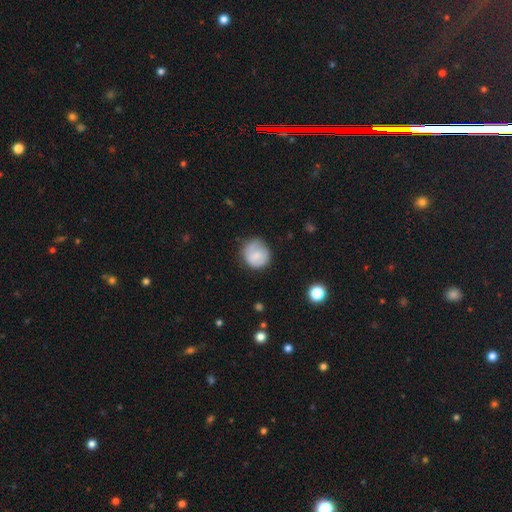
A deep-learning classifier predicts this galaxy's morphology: A smooth galaxy with no disk features (74%) that is round (88%).

Vote fractions:
- Smooth or featured? smooth: 74% / featured or disk: 18% / star or artifact: 7%
- How rounded? round: 88% / in between: 11% / cigar-shaped: 1%
- Merging? none: 70% / minor disturbance: 22% / major disturbance: 7% / merger: 1%